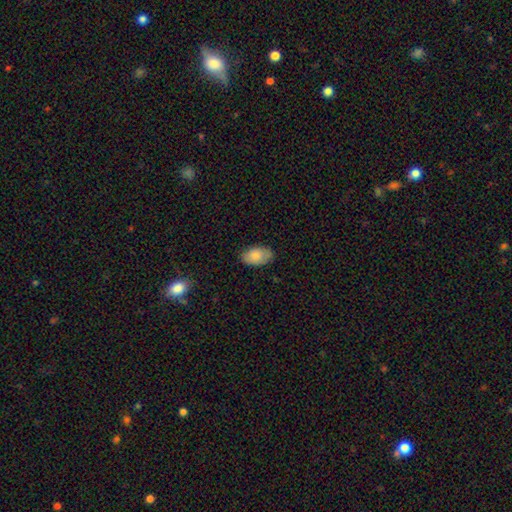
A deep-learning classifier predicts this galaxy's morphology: smooth_or_featured: smooth (p=0.81) [alt: featured or disk p=0.12]
how_rounded: in between (p=0.93) [alt: round p=0.06]
merging: none (p=0.80) [alt: minor disturbance p=0.16]